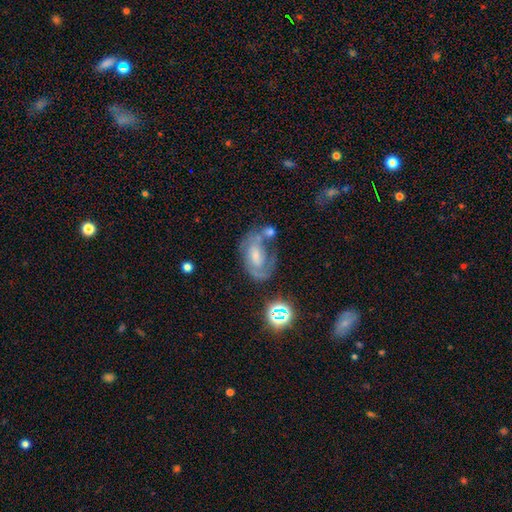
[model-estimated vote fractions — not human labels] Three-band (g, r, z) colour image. It shows a featured or disk galaxy (70%) with no bar (45%), 2 (48%) tight (43%) spiral arms (84%) and a moderate central bulge (42%). Merging: none (48%).